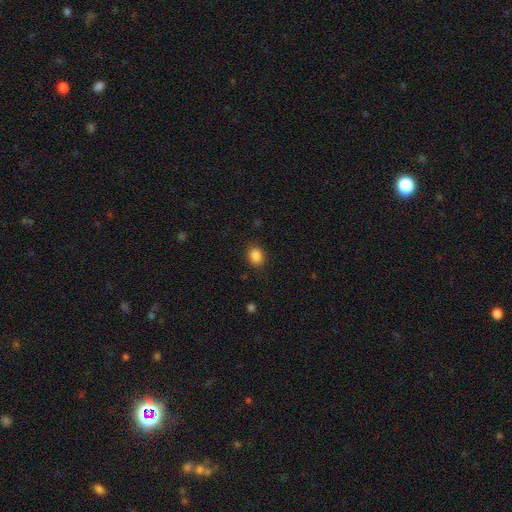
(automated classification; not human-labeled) Q: Smooth or featured?
A: smooth (86%); runner-up: star or artifact (10%)
Q: How rounded?
A: in between (57%); runner-up: round (42%)
Q: Merging?
A: none (88%); runner-up: minor disturbance (8%)